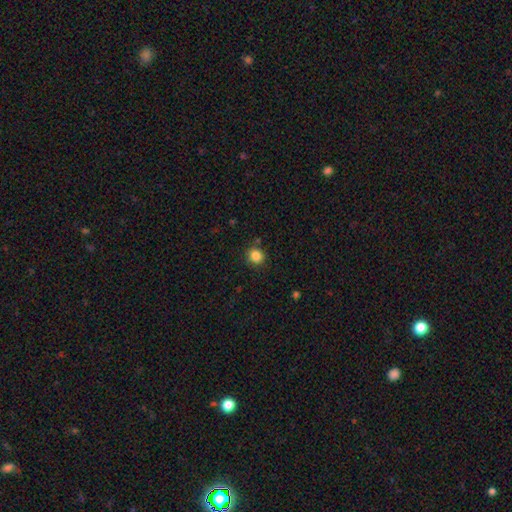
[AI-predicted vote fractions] smooth-or-featured: smooth: 85% | star or artifact: 11% | featured or disk: 4%
  how-rounded: round: 88% | in between: 11% | cigar-shaped: 1%
  merging: none: 86% | minor disturbance: 9% | merger: 3% | major disturbance: 2%